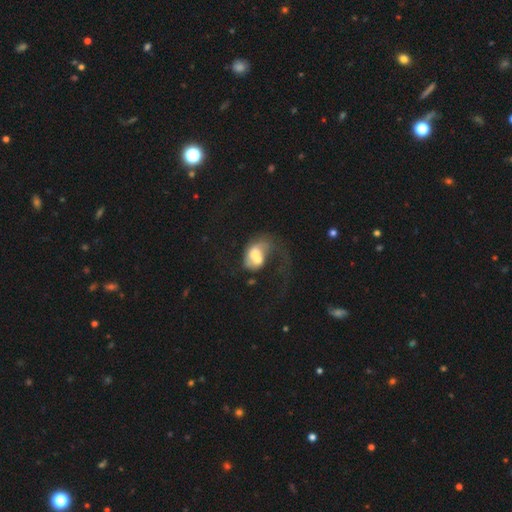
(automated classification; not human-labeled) featured or disk 46%, smooth 45%, star or artifact 8%. Down the decision tree: merging — merger (55%).